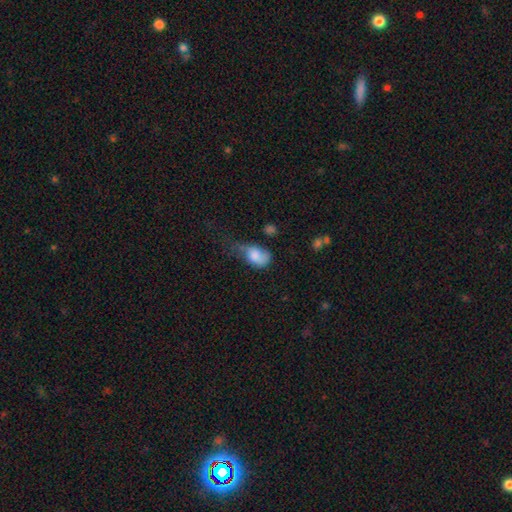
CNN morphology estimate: Overall: smooth (73%). How rounded: in between (80%). Merging: major disturbance (37%; minor disturbance 36%).